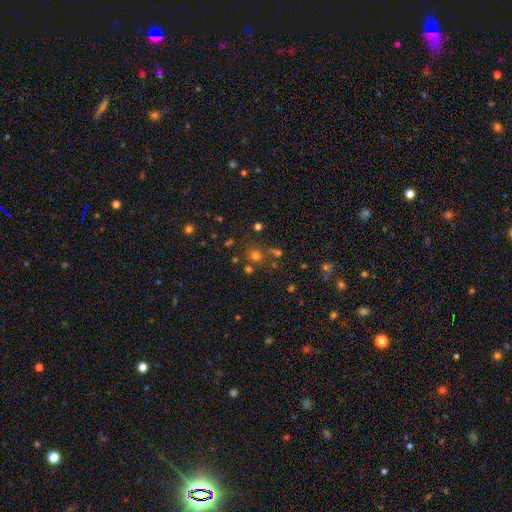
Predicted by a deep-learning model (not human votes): Smooth or featured?
  - smooth: 62% *
  - star or artifact: 29%
  - featured or disk: 9%
How rounded?
  - round: 86% *
  - in between: 13%
  - cigar-shaped: 1%
Merging?
  - none: 69% *
  - merger: 15%
  - minor disturbance: 10%
  - major disturbance: 5%